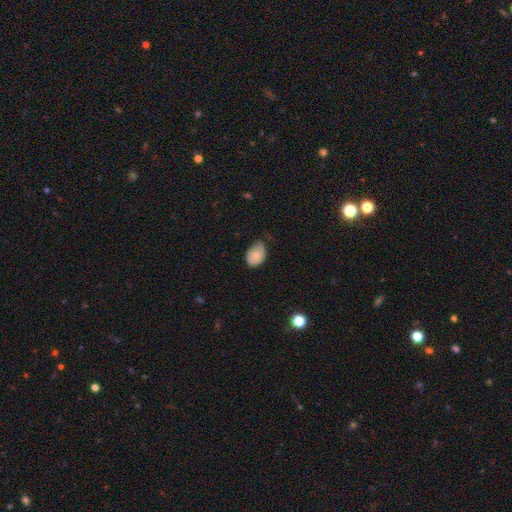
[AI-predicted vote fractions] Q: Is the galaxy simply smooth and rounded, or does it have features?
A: smooth — 76%.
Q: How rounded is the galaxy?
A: in between — 81%.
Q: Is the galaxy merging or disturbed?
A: none — 45%.